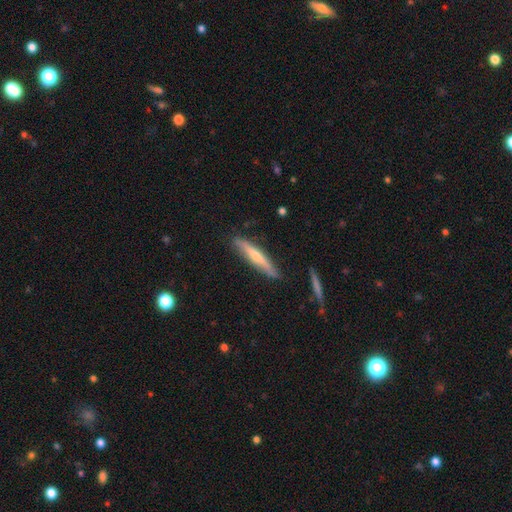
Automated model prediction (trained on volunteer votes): Morphology: type=featured or disk (49%); merging=none (85%).